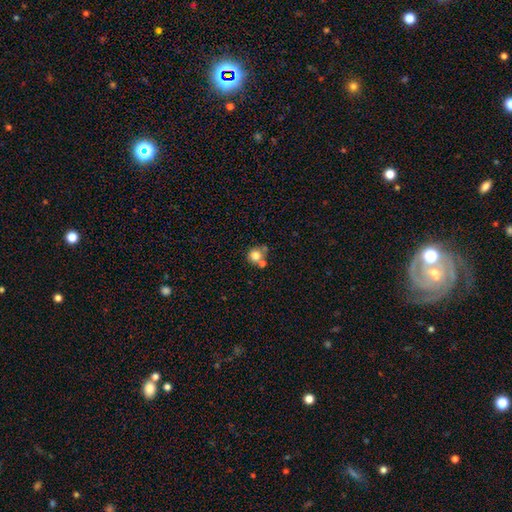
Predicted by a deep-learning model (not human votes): Morphology: type=smooth (77%); roundness=round (89%); merging=none (55%).